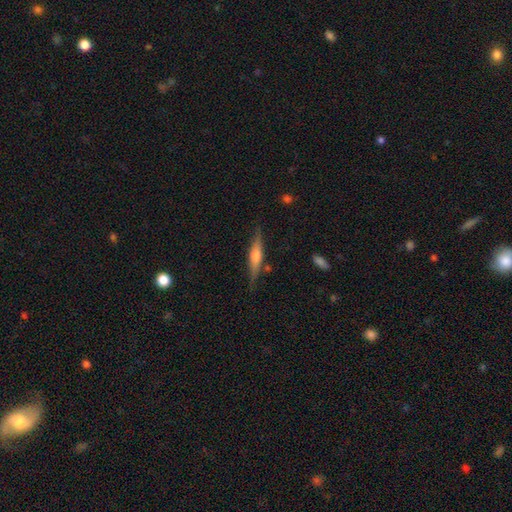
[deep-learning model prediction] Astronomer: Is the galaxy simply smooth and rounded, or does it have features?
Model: featured or disk — 61%.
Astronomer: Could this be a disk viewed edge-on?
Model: yes — 96%.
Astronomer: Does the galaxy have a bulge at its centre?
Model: rounded — 81%.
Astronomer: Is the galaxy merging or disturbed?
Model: none — 82%.